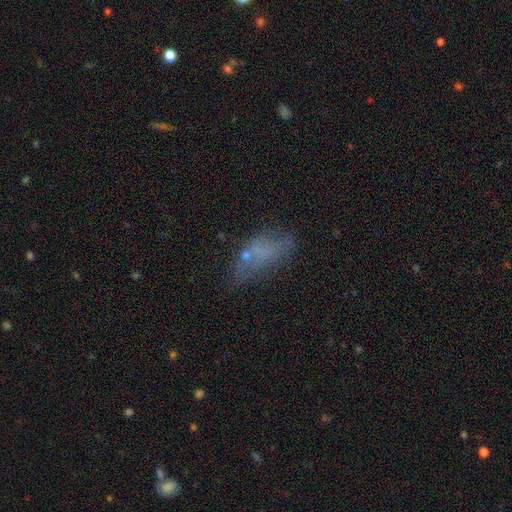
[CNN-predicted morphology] This is possibly a smooth galaxy (50%). Merging: marginally none (36%).